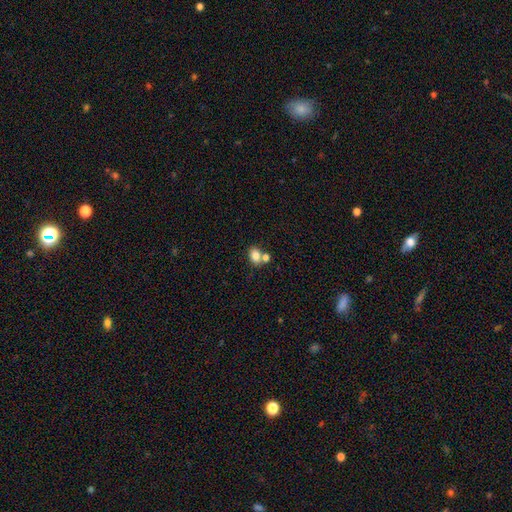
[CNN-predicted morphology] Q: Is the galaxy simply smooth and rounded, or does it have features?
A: smooth — 82%.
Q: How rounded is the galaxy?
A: in between — 71%.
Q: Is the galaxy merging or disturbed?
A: none — 50%.